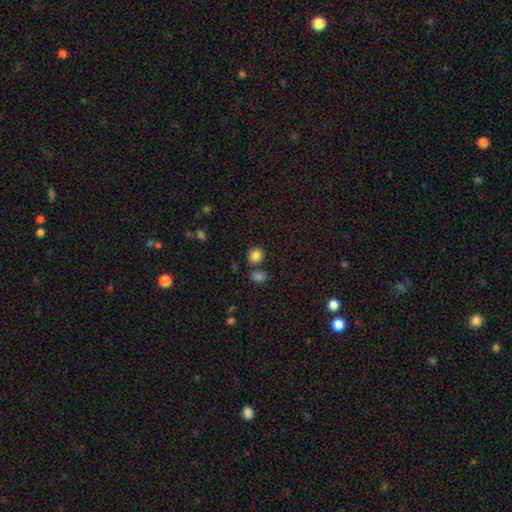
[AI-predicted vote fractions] Smooth or featured?
  - smooth: 84% *
  - star or artifact: 11%
  - featured or disk: 5%
How rounded?
  - round: 69% *
  - in between: 30%
  - cigar-shaped: 1%
Merging?
  - none: 73% *
  - merger: 13%
  - minor disturbance: 11%
  - major disturbance: 3%